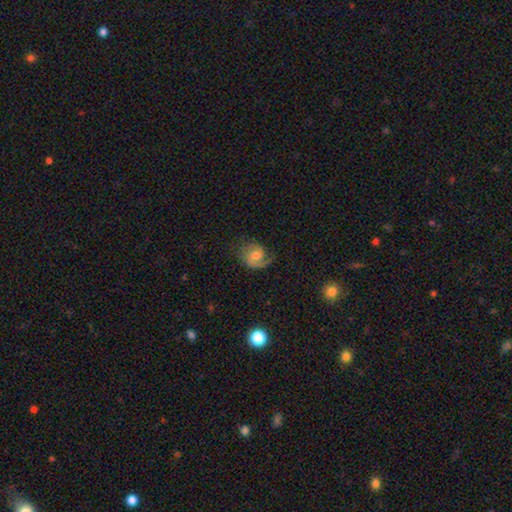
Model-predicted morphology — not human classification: Overall: featured or disk (73%). Edge-on disk: no (97%). Bar: no (64%; weak 30%). Spiral arms: yes (93%). Spiral arm count: 2 (51%; 1 39%). Spiral winding: medium (43%; tight 35%). Bulge size: moderate (66%). Merging: none (65%).